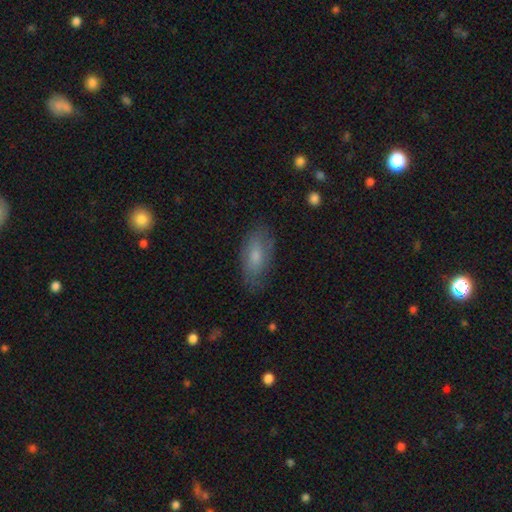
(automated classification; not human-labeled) Smooth or featured? smooth (68%)
How rounded? in between (86%)
Merging? none (75%)